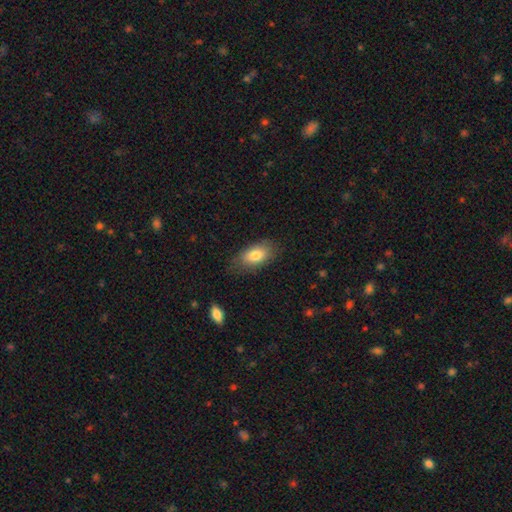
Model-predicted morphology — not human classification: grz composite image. It shows a smooth galaxy with no disk features (80%) that is in between round and cigar-shaped (90%). Merging: none (75%).